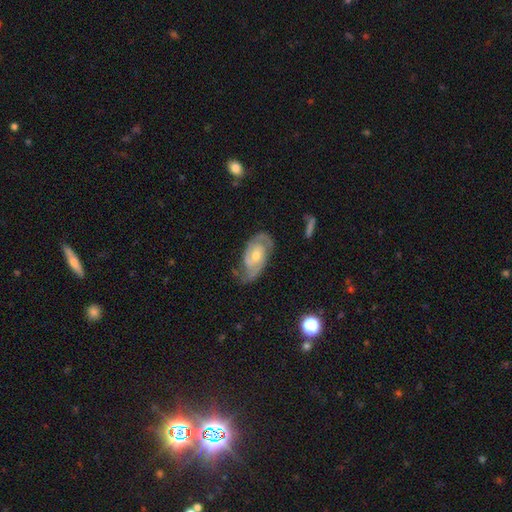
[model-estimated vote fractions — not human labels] Smooth or featured: featured or disk — 87% (smooth — 8%)
Edge-on disk: no — 96% (yes — 4%)
Bar: no — 65% (weak — 29%)
Spiral arms: yes — 96% (no — 4%)
Spiral winding: tight — 54% (medium — 37%)
Spiral arm count: 2 — 81% (can't tell — 9%)
Bulge size: moderate — 61% (small — 34%)
Merging: none — 72% (minor disturbance — 20%)